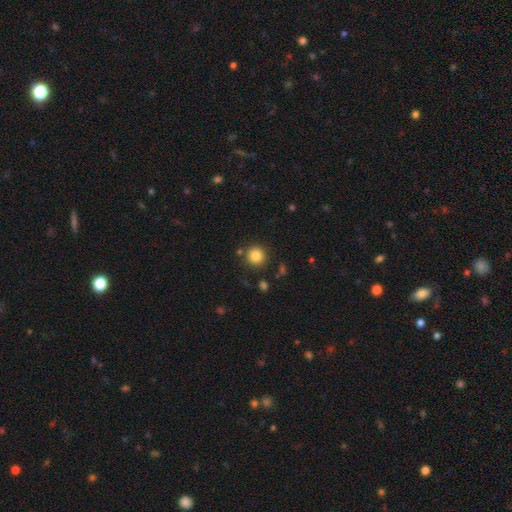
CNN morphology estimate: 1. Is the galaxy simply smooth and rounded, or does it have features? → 84% smooth, 11% star or artifact, 5% featured or disk.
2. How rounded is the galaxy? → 93% round, 6% in between, 1% cigar-shaped.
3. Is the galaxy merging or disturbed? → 87% none, 7% minor disturbance, 4% merger, 3% major disturbance.